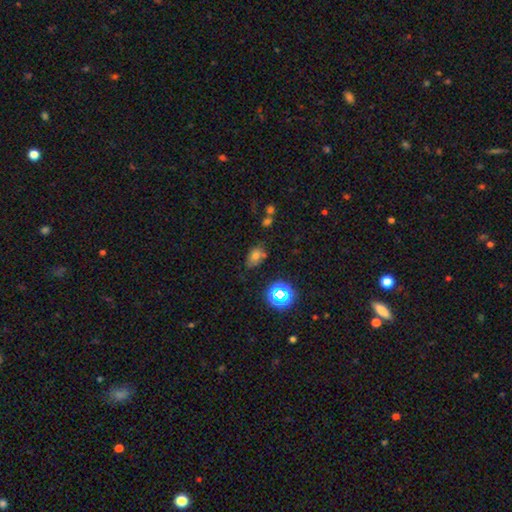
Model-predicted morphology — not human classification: smooth_or_featured: smooth (p=0.67) [alt: star or artifact p=0.21]
how_rounded: in between (p=0.76) [alt: round p=0.22]
merging: none (p=0.63) [alt: minor disturbance p=0.21]